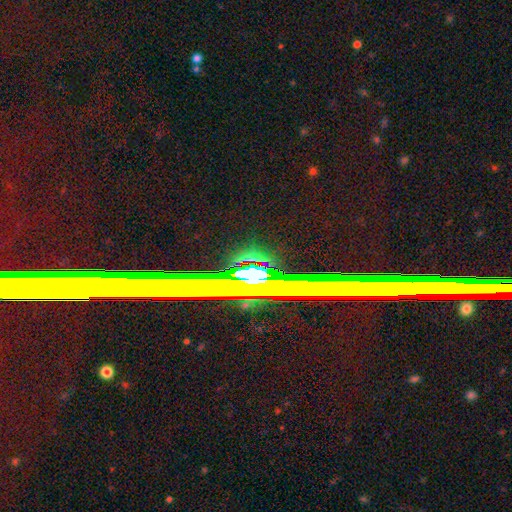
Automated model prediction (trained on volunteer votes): Smooth or featured: star or artifact — 73% (featured or disk — 18%)